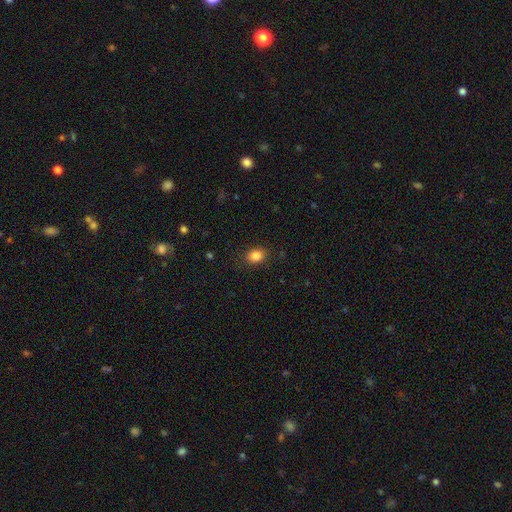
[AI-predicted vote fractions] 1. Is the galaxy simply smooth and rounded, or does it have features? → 86% smooth, 10% star or artifact, 5% featured or disk.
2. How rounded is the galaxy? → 65% in between, 34% round, 1% cigar-shaped.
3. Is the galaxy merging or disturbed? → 87% none, 9% minor disturbance, 3% major disturbance, 1% merger.